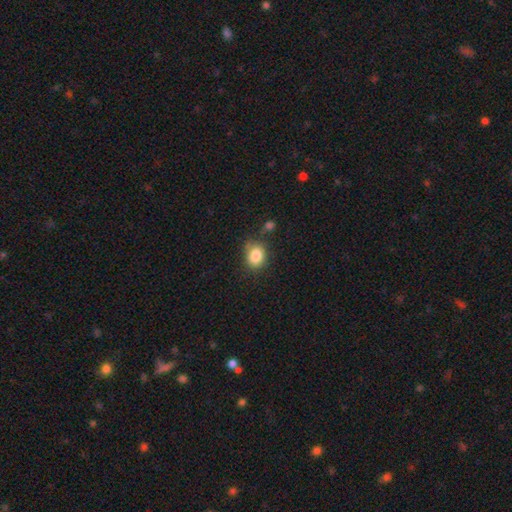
Smooth or featured? smooth (90%)
How rounded? round (60%)
Merging? none (78%)